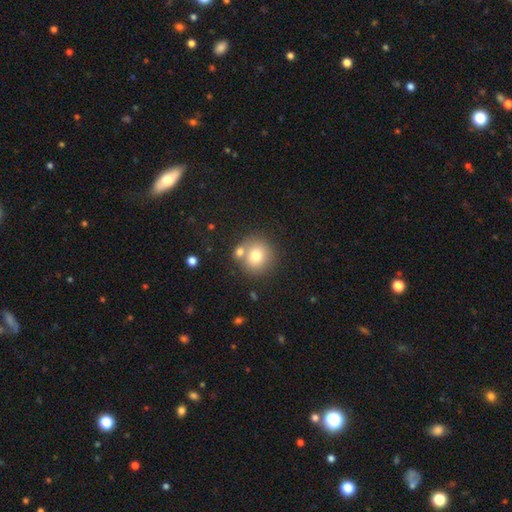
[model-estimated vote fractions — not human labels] The model was most divided on "merging": none: 63%, merger: 24%, minor disturbance: 10%, major disturbance: 3%. More confident: how rounded — round (89%); smooth or featured — smooth (75%).